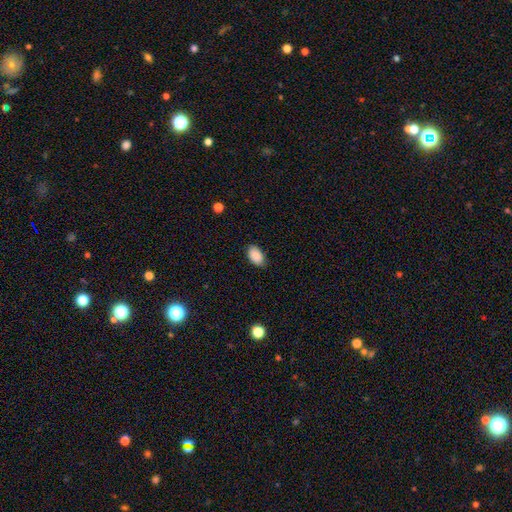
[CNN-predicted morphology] smooth-or-featured: smooth: 89% | star or artifact: 7% | featured or disk: 4%
  how-rounded: in between: 92% | round: 6% | cigar-shaped: 1%
  merging: none: 84% | minor disturbance: 13% | major disturbance: 3% | merger: 1%